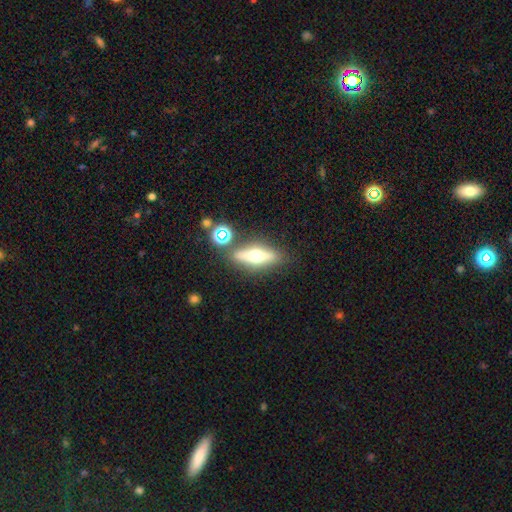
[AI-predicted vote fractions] A featured or disk galaxy (55%) viewed edge-on (87%). Merging: none (81%).